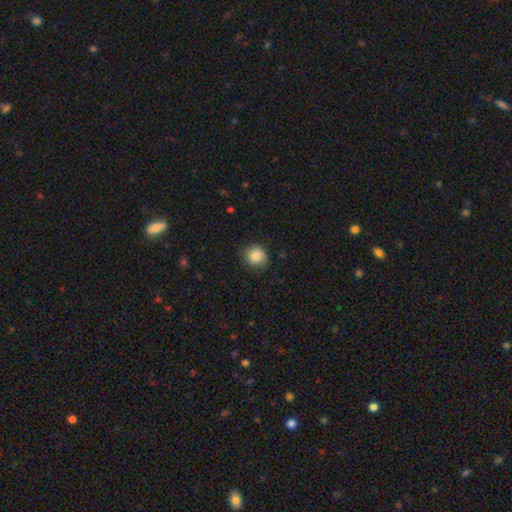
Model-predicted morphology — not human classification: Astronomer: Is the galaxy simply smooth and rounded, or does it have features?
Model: smooth — 82%.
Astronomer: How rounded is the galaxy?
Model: round — 80%.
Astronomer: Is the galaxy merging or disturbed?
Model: none — 74%.